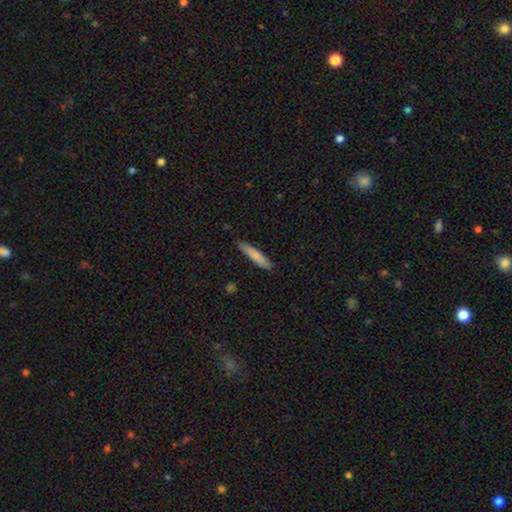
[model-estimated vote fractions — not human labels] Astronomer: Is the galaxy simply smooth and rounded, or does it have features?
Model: smooth — 80%.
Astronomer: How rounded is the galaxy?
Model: cigar-shaped — 88%.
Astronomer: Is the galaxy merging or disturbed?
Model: none — 83%.